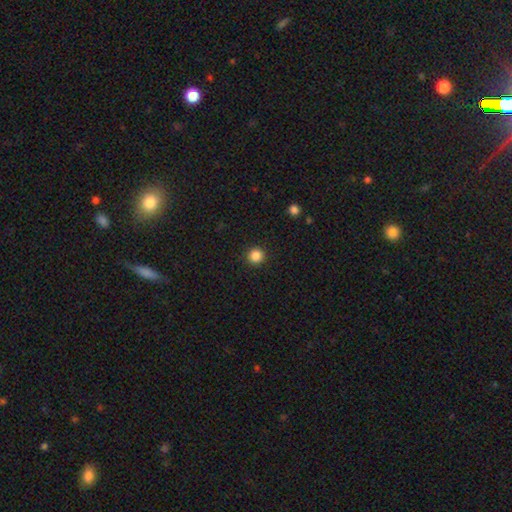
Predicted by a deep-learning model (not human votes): smooth_or_featured: smooth (p=0.85) [alt: star or artifact p=0.11]
how_rounded: round (p=0.95) [alt: in between p=0.04]
merging: none (p=0.93) [alt: minor disturbance p=0.05]